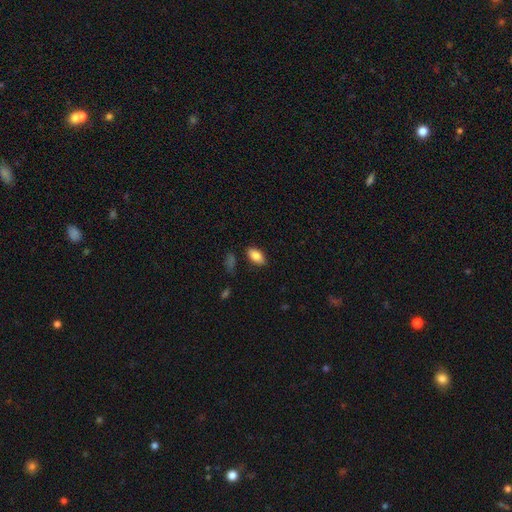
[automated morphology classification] Q: Smooth or featured?
A: smooth (85%); runner-up: featured or disk (7%)
Q: How rounded?
A: in between (92%); runner-up: cigar-shaped (4%)
Q: Merging?
A: none (83%); runner-up: minor disturbance (12%)